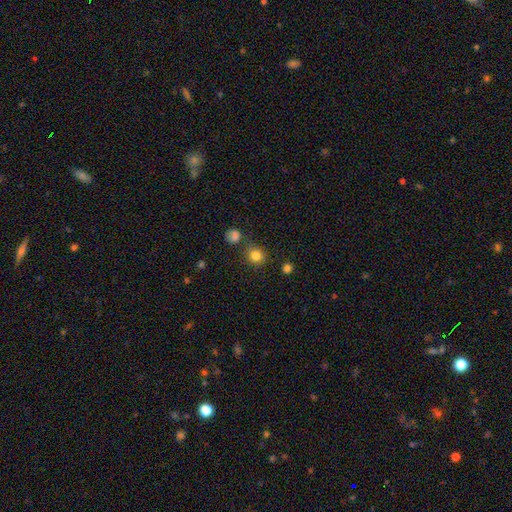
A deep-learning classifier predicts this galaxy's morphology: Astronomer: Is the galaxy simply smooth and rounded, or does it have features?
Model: smooth — 82%.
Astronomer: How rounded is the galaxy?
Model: round — 84%.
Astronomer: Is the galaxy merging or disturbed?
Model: none — 75%.